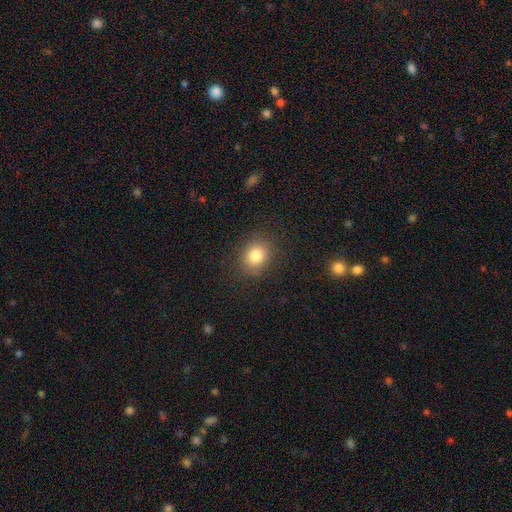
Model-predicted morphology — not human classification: smooth 81%, star or artifact 11%, featured or disk 8%. Down the decision tree: how rounded — round (59%); merging — none (85%).